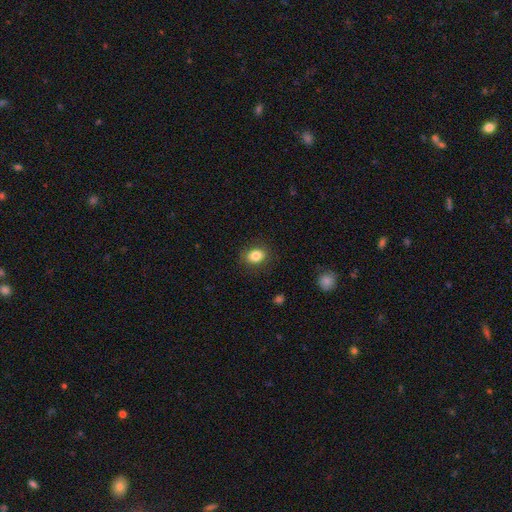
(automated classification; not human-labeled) Smooth or featured: smooth — 84% (star or artifact — 9%)
How rounded: in between — 66% (round — 33%)
Merging: none — 85% (minor disturbance — 11%)